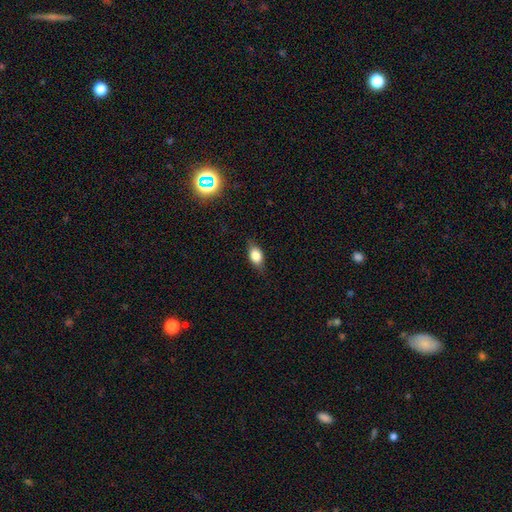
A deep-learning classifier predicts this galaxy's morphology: The model was most divided on "smooth or featured": smooth: 74%, featured or disk: 17%, star or artifact: 9%. More confident: how rounded — in between (79%); merging — none (79%).